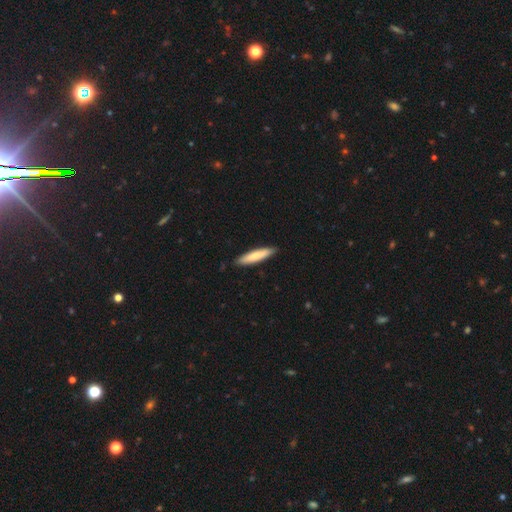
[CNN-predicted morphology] smooth_or_featured: smooth (p=0.76) [alt: featured or disk p=0.19]
how_rounded: cigar-shaped (p=0.85) [alt: in between p=0.14]
merging: none (p=0.89) [alt: minor disturbance p=0.09]